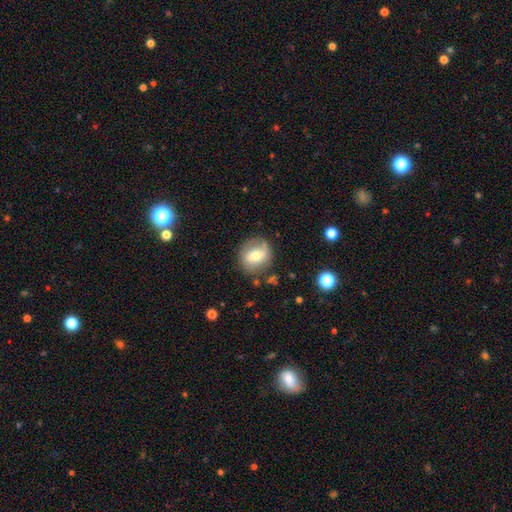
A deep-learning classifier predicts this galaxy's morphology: Overall: smooth (59%; featured or disk 32%). How rounded: round (80%). Merging: none (79%).